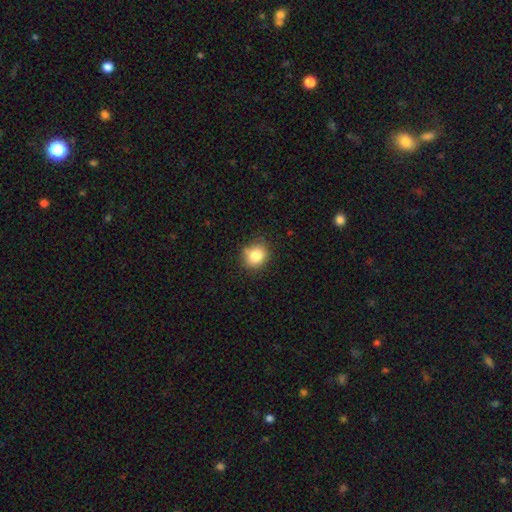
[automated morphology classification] This is clearly a smooth galaxy (82%). How rounded: likely round (77%). Merging: clearly none (81%).